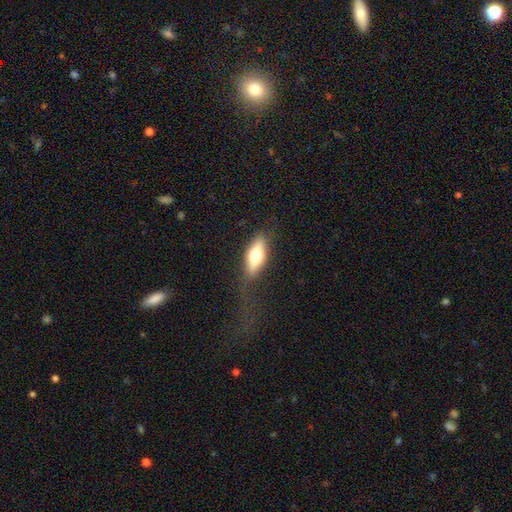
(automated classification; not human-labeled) Smooth or featured? Predicted: smooth (p=0.66). How rounded? Predicted: in between (p=0.74). Merging? Predicted: none (p=0.65).